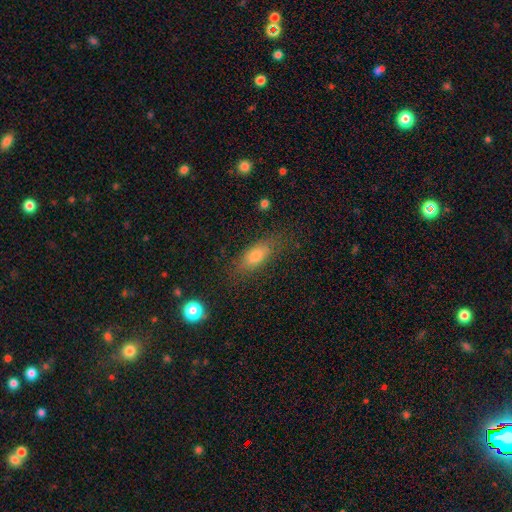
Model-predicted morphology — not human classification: Q: Smooth or featured?
A: smooth (74%); runner-up: featured or disk (16%)
Q: How rounded?
A: in between (71%); runner-up: cigar-shaped (25%)
Q: Merging?
A: none (74%); runner-up: minor disturbance (17%)